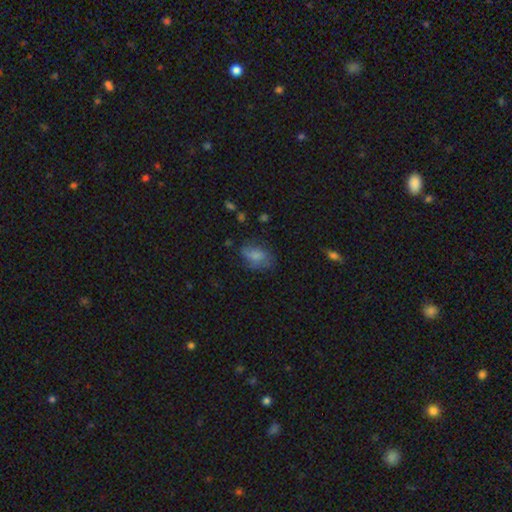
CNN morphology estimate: Overall: smooth (70%). How rounded: in between (84%). Merging: none (58%; minor disturbance 26%).